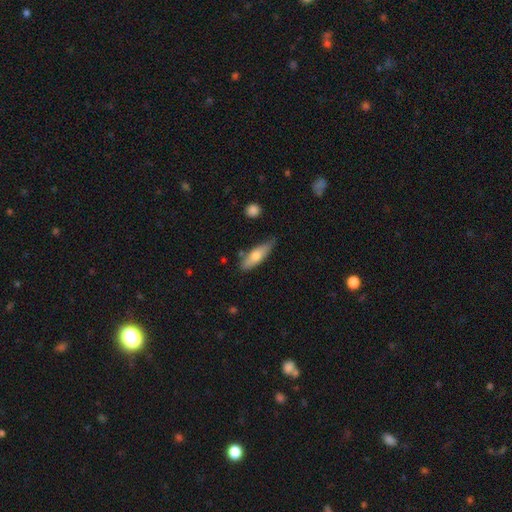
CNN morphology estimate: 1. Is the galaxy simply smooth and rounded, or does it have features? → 67% smooth, 27% featured or disk, 6% star or artifact.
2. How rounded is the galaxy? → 50% in between, 48% cigar-shaped, 2% round.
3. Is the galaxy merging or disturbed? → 65% none, 26% minor disturbance, 5% major disturbance, 4% merger.